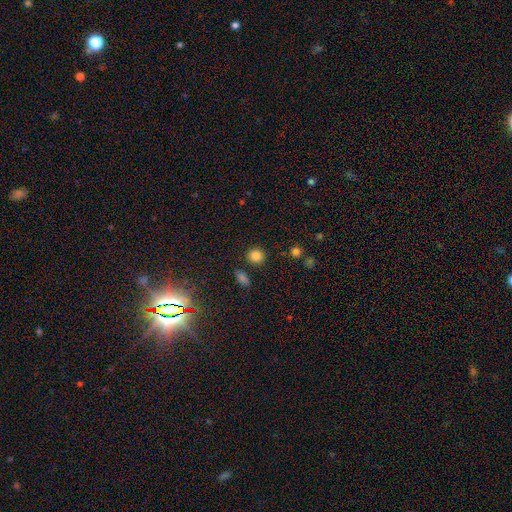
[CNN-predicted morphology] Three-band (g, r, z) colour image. It shows a smooth galaxy with no disk features (83%) that is round (87%). Merging: none (87%).